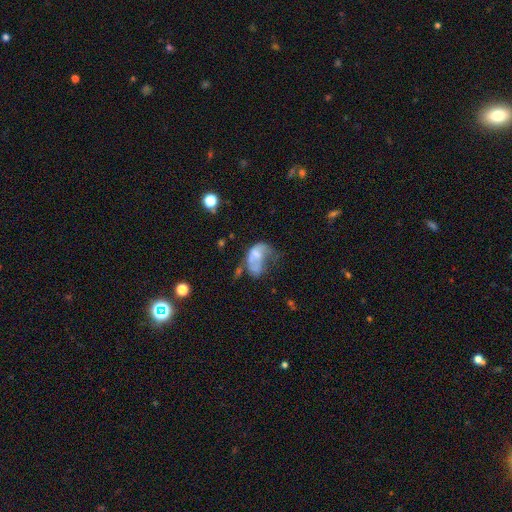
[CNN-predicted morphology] Smooth or featured: smooth — 47% (featured or disk — 42%)
Merging: major disturbance — 48% (minor disturbance — 19%)